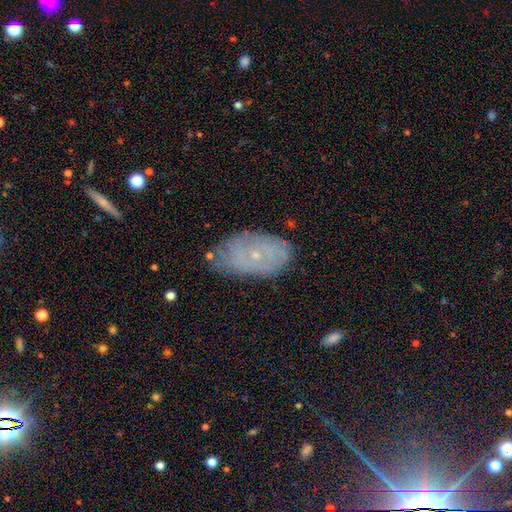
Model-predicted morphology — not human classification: Smooth or featured: featured or disk — 43% (smooth — 32%)
Merging: none — 75% (minor disturbance — 18%)